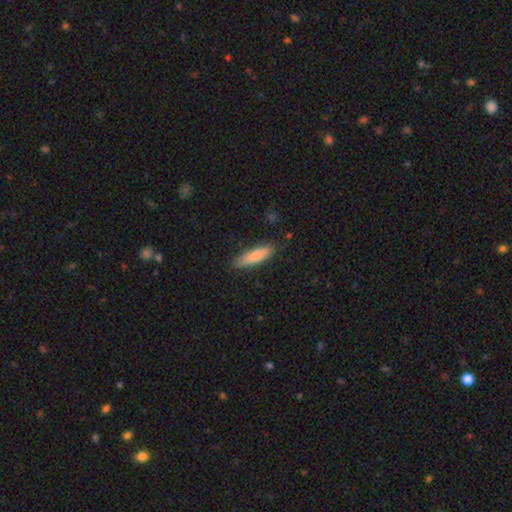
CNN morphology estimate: Overall: smooth (83%). How rounded: cigar-shaped (72%). Merging: none (83%).